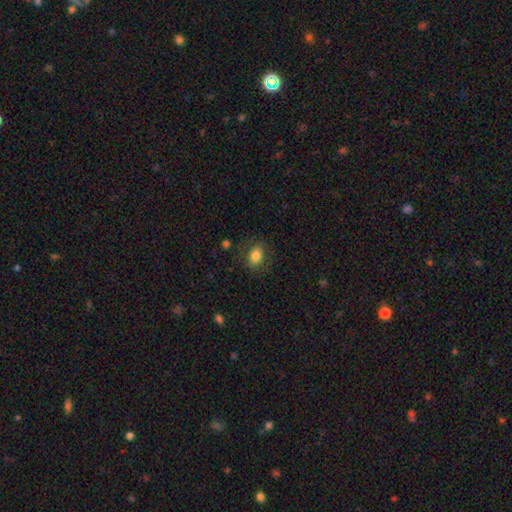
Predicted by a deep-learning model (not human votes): smooth-or-featured: smooth: 80% | featured or disk: 10% | star or artifact: 10%
  how-rounded: in between: 69% | round: 30% | cigar-shaped: 1%
  merging: none: 81% | minor disturbance: 13% | major disturbance: 5% | merger: 2%